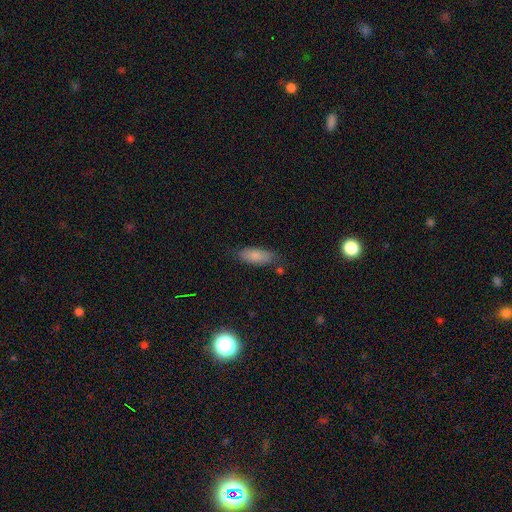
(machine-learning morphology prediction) smooth_or_featured: smooth (p=0.82) [alt: featured or disk p=0.10]
how_rounded: in between (p=0.80) [alt: cigar-shaped p=0.18]
merging: none (p=0.71) [alt: minor disturbance p=0.20]